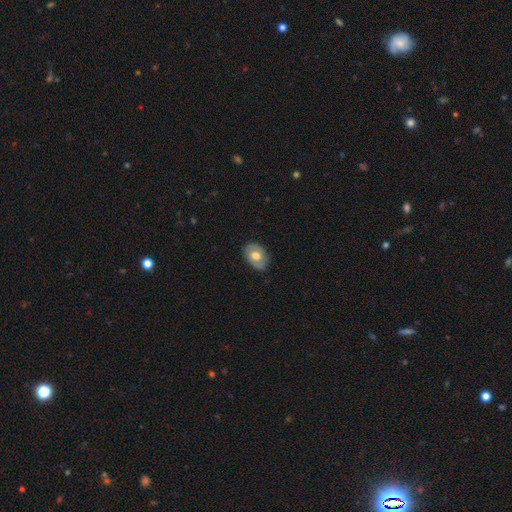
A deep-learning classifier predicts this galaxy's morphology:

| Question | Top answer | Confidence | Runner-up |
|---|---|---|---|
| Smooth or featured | smooth | 58% | featured or disk (36%) |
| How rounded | in between | 78% | round (20%) |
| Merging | none | 80% | minor disturbance (15%) |